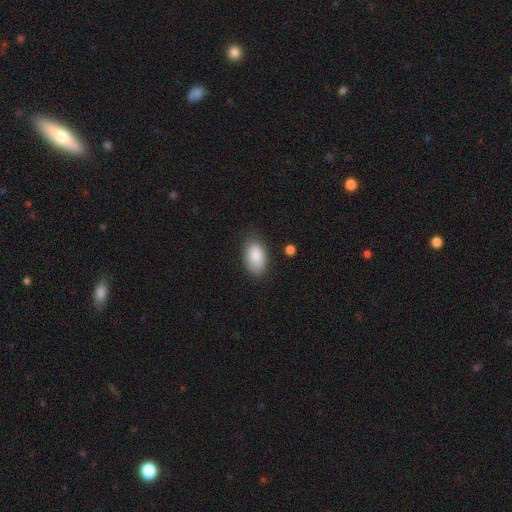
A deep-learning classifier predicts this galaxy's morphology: A smooth galaxy with no disk features (87%) that is in between round and cigar-shaped (93%). Merging: none (78%).